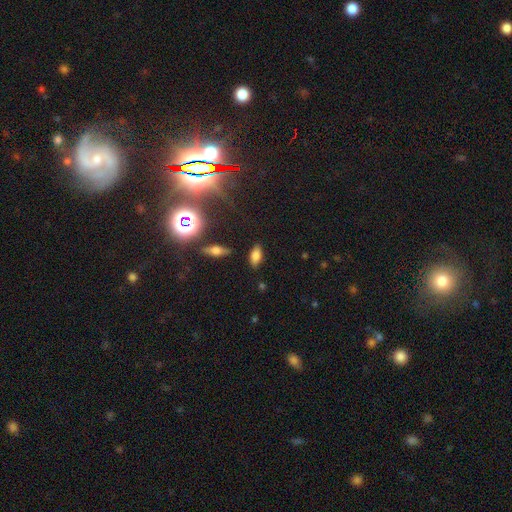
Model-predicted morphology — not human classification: This appears to be a smooth galaxy with no disk features (75%) that is in between round and cigar-shaped (87%). Merging: none (85%).